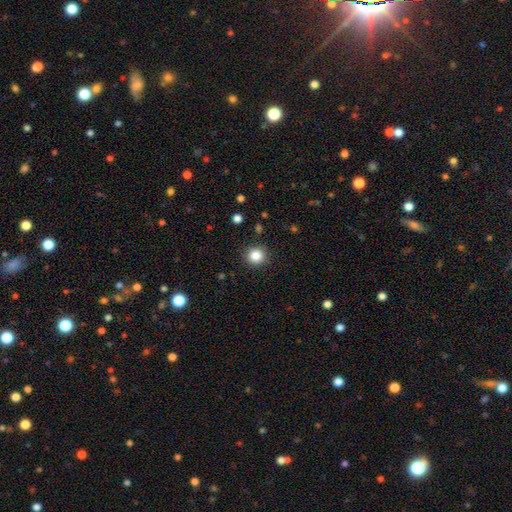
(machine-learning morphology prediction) smooth_or_featured: smooth (p=0.84) [alt: star or artifact p=0.11]
how_rounded: round (p=0.93) [alt: in between p=0.06]
merging: none (p=0.91) [alt: minor disturbance p=0.06]